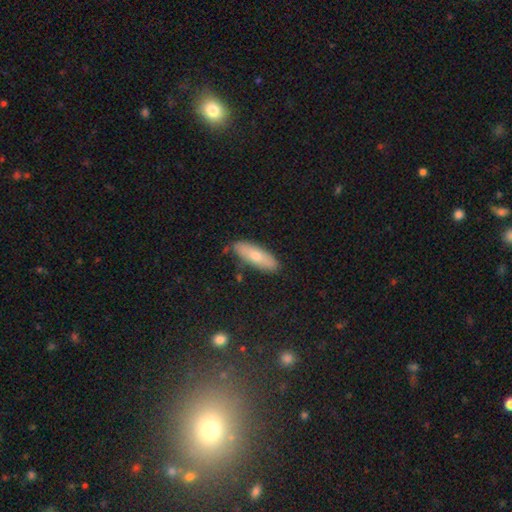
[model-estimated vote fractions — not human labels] Morphology: type=smooth (64%); roundness=in between (51%); merging=none (83%).